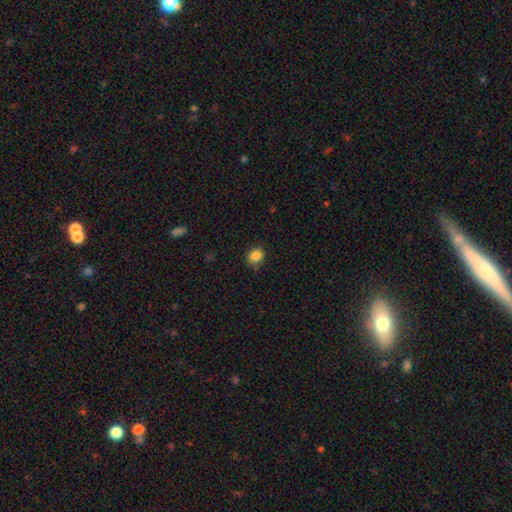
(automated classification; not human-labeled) A smooth galaxy with no disk features (86%) that is round (66%).

Vote fractions:
- Smooth or featured? smooth: 86% / star or artifact: 10% / featured or disk: 4%
- How rounded? round: 66% / in between: 33% / cigar-shaped: 1%
- Merging? none: 78% / minor disturbance: 18% / major disturbance: 3% / merger: 1%